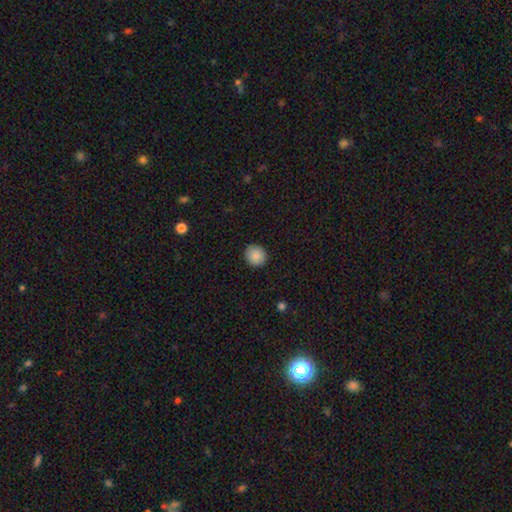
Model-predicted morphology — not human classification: This is clearly a smooth galaxy (89%). How rounded: clearly round (90%). Merging: clearly none (91%).